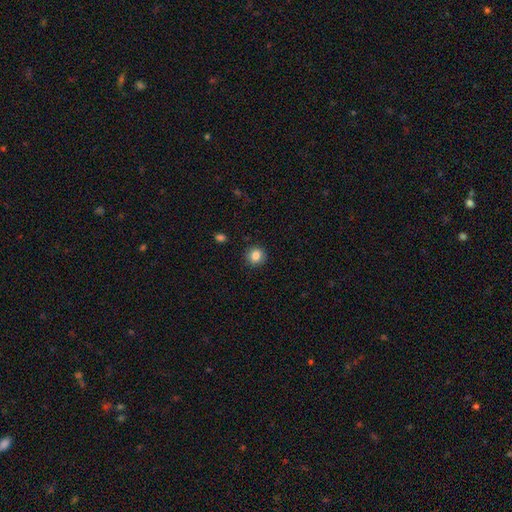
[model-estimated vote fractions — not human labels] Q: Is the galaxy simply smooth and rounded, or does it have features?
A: smooth — 84%.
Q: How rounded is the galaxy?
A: round — 89%.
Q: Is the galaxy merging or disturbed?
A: none — 91%.